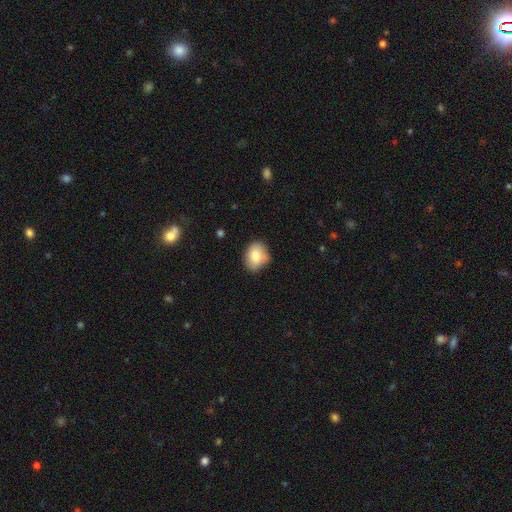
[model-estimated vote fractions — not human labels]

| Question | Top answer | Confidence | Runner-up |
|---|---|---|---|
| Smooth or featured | smooth | 80% | featured or disk (12%) |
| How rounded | in between | 53% | round (46%) |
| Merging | none | 70% | minor disturbance (24%) |